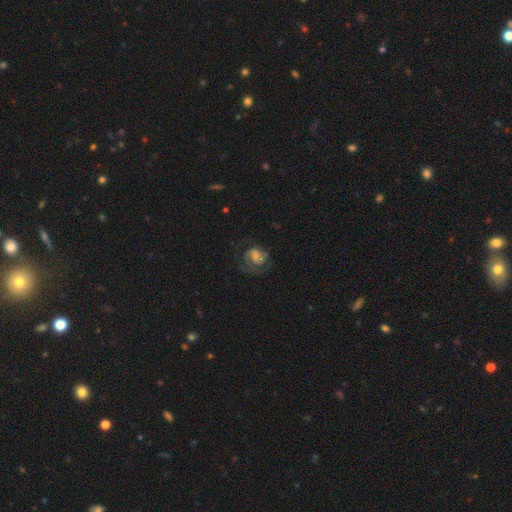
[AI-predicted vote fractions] Q: Smooth or featured?
A: featured or disk (66%); runner-up: smooth (24%)
Q: Edge-on disk?
A: no (98%); runner-up: yes (2%)
Q: Bar?
A: no (55%); runner-up: weak (38%)
Q: Spiral arms?
A: yes (88%); runner-up: no (12%)
Q: Spiral winding?
A: tight (42%); tied with: medium (42%)
Q: Spiral arm count?
A: 2 (52%); runner-up: can't tell (19%)
Q: Bulge size?
A: moderate (35%); runner-up: small (34%)
Q: Merging?
A: none (56%); runner-up: major disturbance (23%)